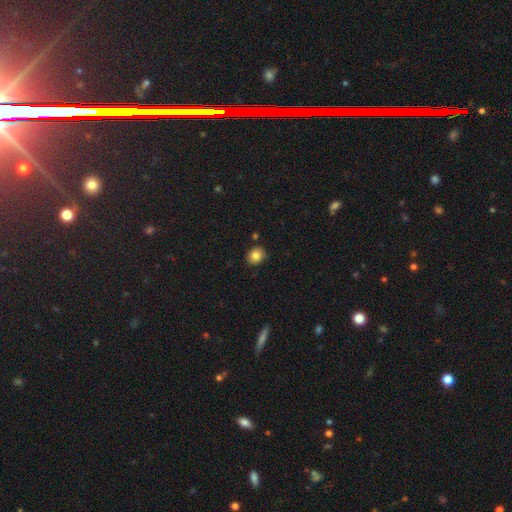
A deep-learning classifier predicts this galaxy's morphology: Smooth or featured? Predicted: smooth (p=0.83). How rounded? Predicted: round (p=0.68). Merging? Predicted: none (p=0.85).